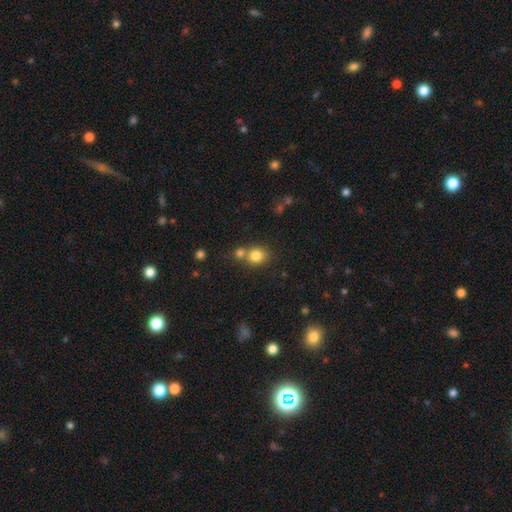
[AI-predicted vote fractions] smooth_or_featured: smooth (p=0.81) [alt: star or artifact p=0.12]
how_rounded: round (p=0.72) [alt: in between p=0.27]
merging: none (p=0.52) [alt: merger p=0.36]